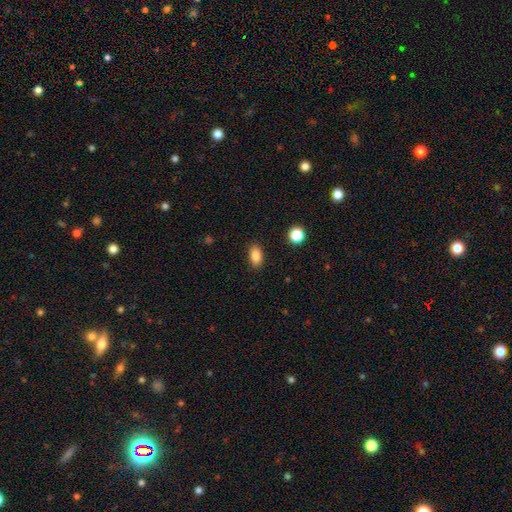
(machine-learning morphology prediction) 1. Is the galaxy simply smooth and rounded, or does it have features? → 86% smooth, 9% star or artifact, 5% featured or disk.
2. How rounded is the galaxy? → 89% in between, 7% round, 4% cigar-shaped.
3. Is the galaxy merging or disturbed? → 88% none, 8% minor disturbance, 2% major disturbance, 1% merger.